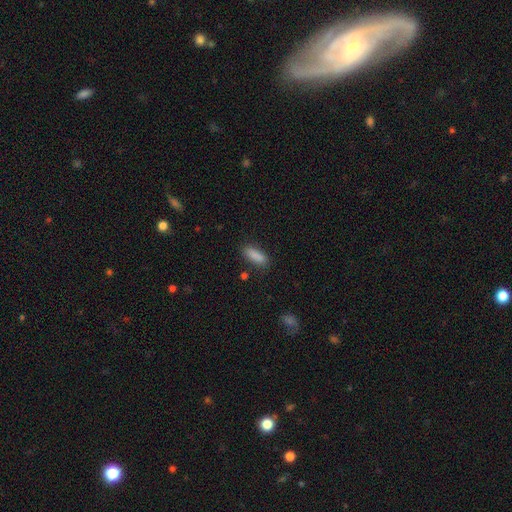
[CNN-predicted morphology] Overall: smooth (88%). How rounded: in between (59%; cigar-shaped 39%). Merging: none (82%).